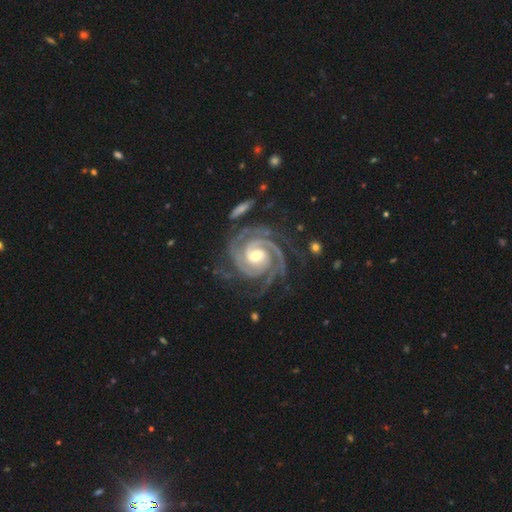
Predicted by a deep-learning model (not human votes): A featured or disk galaxy (94%) with a weak bar (40%), 2 (43%) tight (75%) spiral arms (99%) and a moderate central bulge (64%). Merging: none (69%).